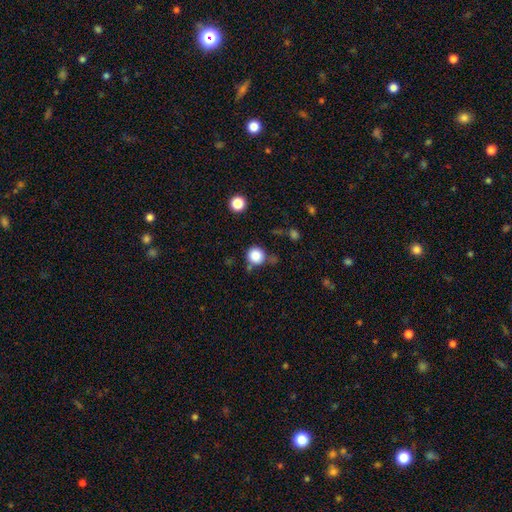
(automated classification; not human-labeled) Overall: smooth (85%). How rounded: round (92%). Merging: none (70%).